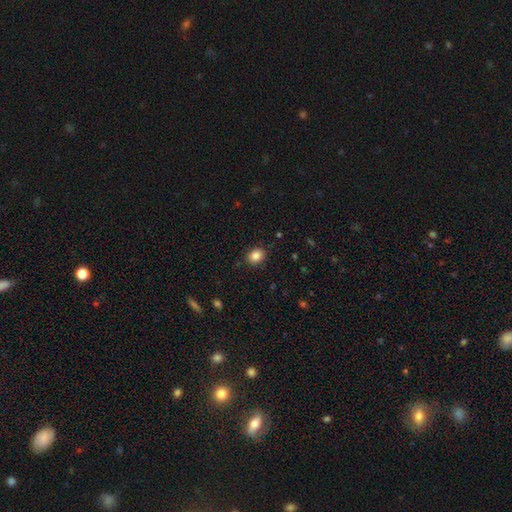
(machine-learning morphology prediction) Overall: smooth (85%). How rounded: round (53%; in between 47%). Merging: none (88%).